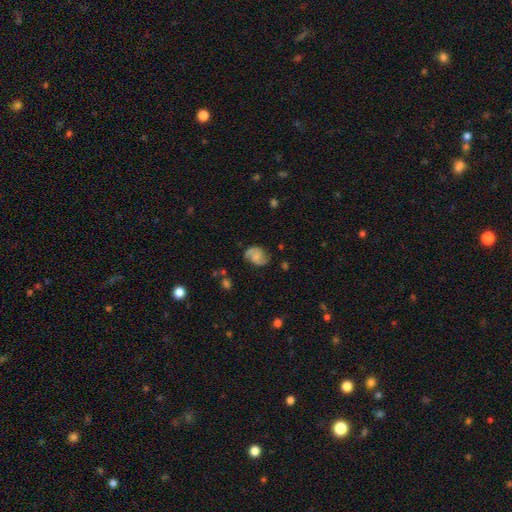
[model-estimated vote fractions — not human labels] Overall: featured or disk (73%). Edge-on disk: no (98%). Bar: no (57%; weak 36%). Spiral arms: yes (95%). Spiral arm count: 2 (90%). Spiral winding: medium (50%; loose 30%). Bulge size: none (39%; small 34%). Merging: none (74%).